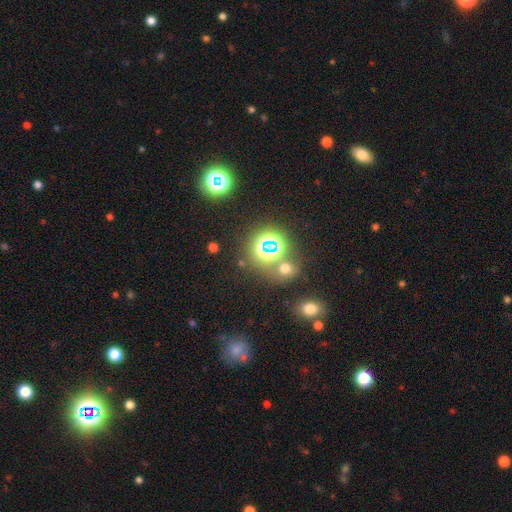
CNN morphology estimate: Smooth or featured?
  - star or artifact: 66% *
  - smooth: 26%
  - featured or disk: 8%